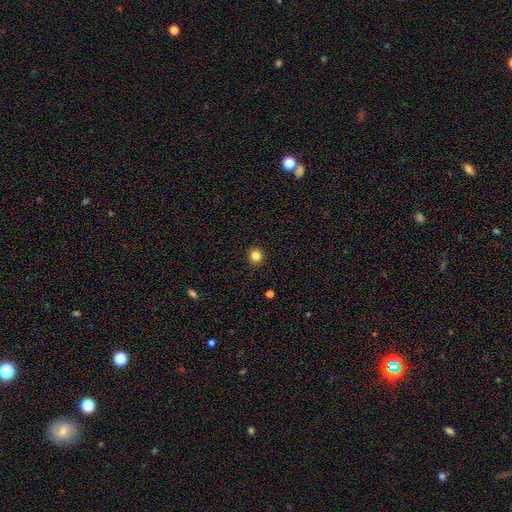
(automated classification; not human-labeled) Q: Smooth or featured?
A: smooth (83%); runner-up: star or artifact (12%)
Q: How rounded?
A: round (92%); runner-up: in between (7%)
Q: Merging?
A: none (92%); runner-up: minor disturbance (5%)